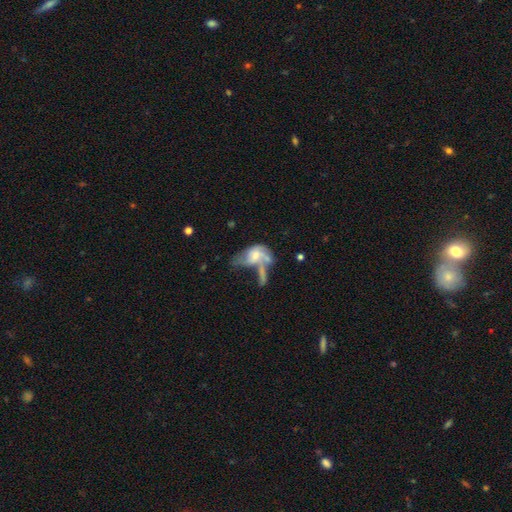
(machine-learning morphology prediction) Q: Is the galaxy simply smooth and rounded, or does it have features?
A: featured or disk — 57%.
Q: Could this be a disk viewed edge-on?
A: no — 95%.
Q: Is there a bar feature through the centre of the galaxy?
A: no — 70%.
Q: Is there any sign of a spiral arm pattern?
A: yes — 54%.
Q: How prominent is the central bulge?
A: small — 43%.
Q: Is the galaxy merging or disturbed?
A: merger — 42%.